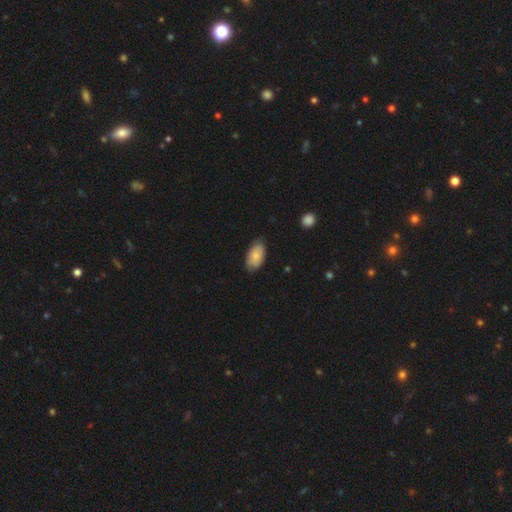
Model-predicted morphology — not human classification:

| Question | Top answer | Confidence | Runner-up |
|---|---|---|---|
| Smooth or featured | smooth | 80% | featured or disk (14%) |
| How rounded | in between | 95% | round (3%) |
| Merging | none | 79% | minor disturbance (18%) |